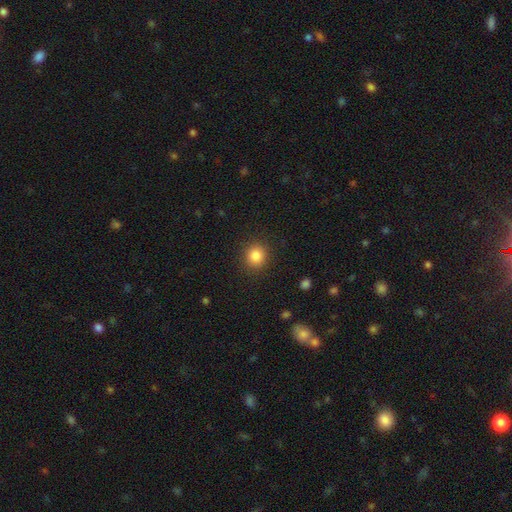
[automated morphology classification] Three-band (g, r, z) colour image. It shows a smooth galaxy with no disk features (85%) that is round (86%). Merging: none (89%).